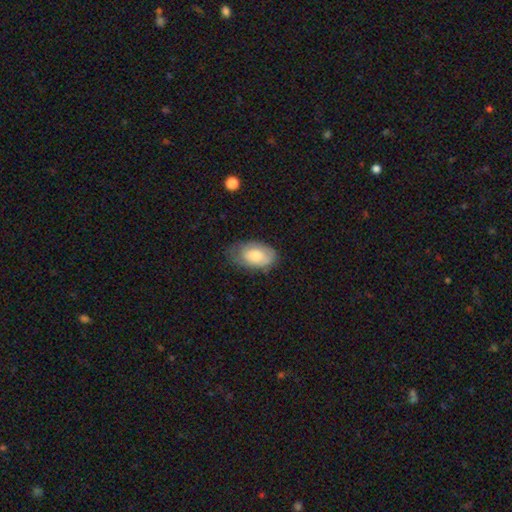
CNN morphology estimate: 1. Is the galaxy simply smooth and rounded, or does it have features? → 68% smooth, 25% featured or disk, 6% star or artifact.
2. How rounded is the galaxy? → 92% in between, 7% round, 1% cigar-shaped.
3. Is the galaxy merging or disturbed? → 60% none, 30% minor disturbance, 8% major disturbance, 1% merger.